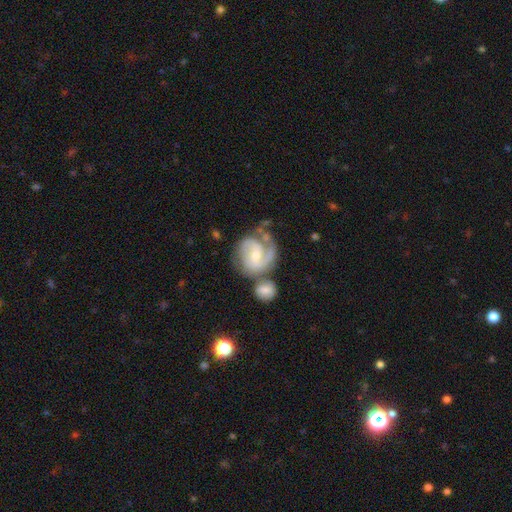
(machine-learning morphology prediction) A featured or disk galaxy (81%) with a weak bar (50%), 2 (59%) medium (45%) spiral arms (94%) and a small central bulge (50%).

Vote fractions:
- Smooth or featured? featured or disk: 81% / smooth: 14% / star or artifact: 5%
- Edge-on disk? no: 98% / yes: 2%
- Bar? weak: 50% / no: 36% / strong: 14%
- Spiral arms? yes: 94% / no: 6%
- Spiral winding? medium: 45% / tight: 39% / loose: 16%
- Spiral arm count? 2: 59% / 1: 20% / can't tell: 11% / 3: 7% / 4: 2% / more than 4: 2%
- Bulge size? small: 50% / moderate: 43% / none: 3% / large: 3% / dominant: 1%
- Merging? none: 38% / merger: 31% / minor disturbance: 17% / major disturbance: 14%